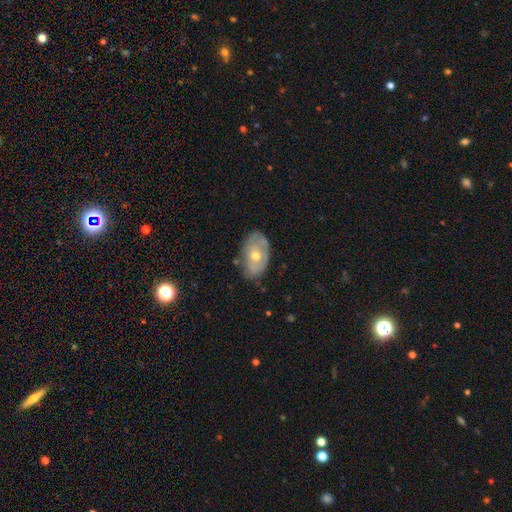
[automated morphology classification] A featured or disk galaxy (53%).

Vote fractions:
- Smooth or featured? featured or disk: 53% / smooth: 40% / star or artifact: 7%
- Edge-on disk? no: 91% / yes: 9%
- Merging? none: 65% / minor disturbance: 26% / major disturbance: 7% / merger: 2%